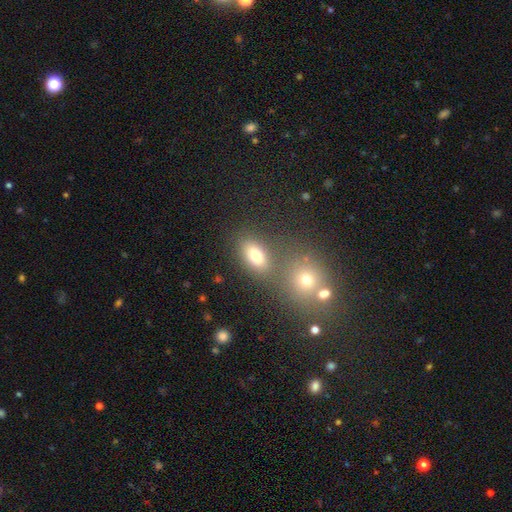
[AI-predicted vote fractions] Smooth or featured: smooth — 74% (star or artifact — 14%)
How rounded: in between — 77% (round — 20%)
Merging: none — 66% (merger — 19%)